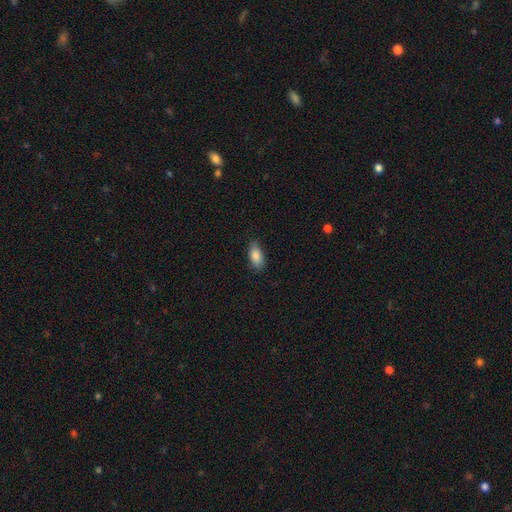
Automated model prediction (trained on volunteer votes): Smooth or featured? smooth (87%)
How rounded? in between (89%)
Merging? none (80%)